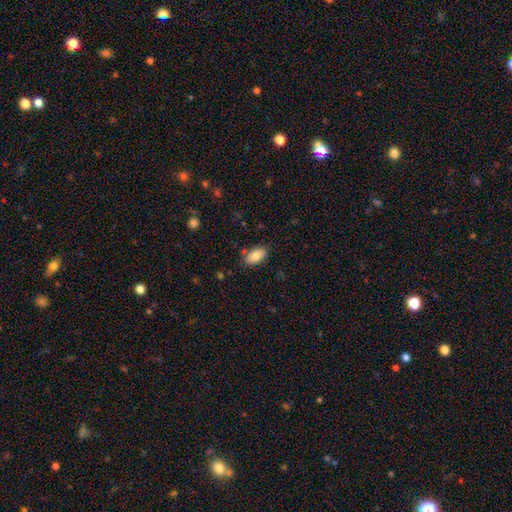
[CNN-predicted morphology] Smooth or featured? smooth (80%)
How rounded? in between (93%)
Merging? none (79%)